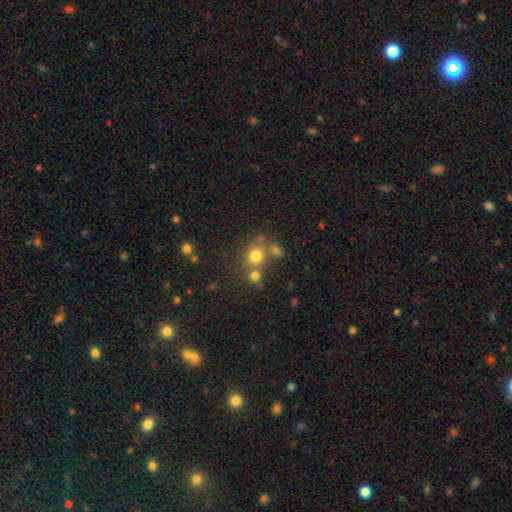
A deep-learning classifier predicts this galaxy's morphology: This appears to be a smooth galaxy with no disk features (74%) that is round (84%). Merging: none (58%).